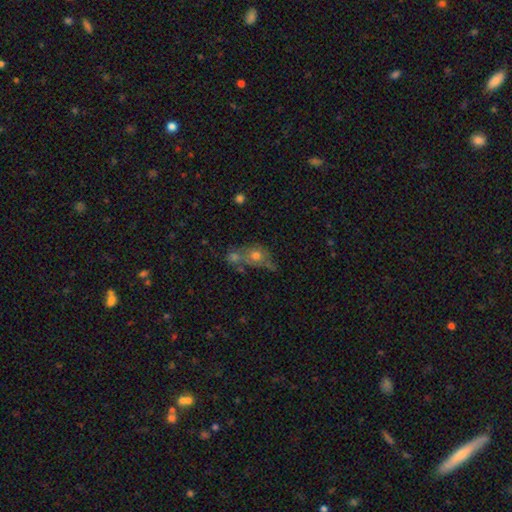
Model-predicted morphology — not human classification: Smooth or featured? Predicted: smooth (p=0.54). How rounded? Predicted: round (p=0.61). Merging? Predicted: merger (p=0.47).